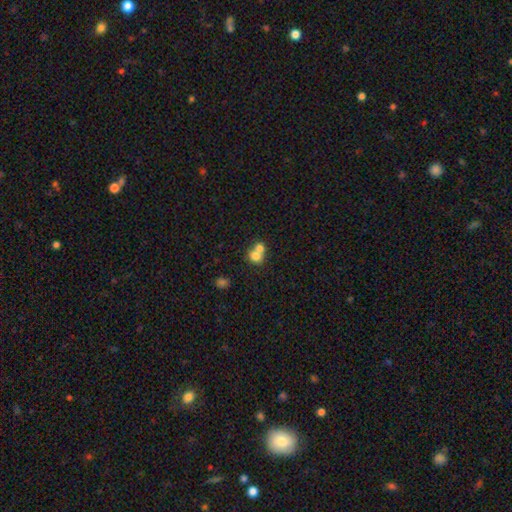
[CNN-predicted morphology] The model was most divided on "merging": merger: 65%, none: 28%, minor disturbance: 5%, major disturbance: 2%. More confident: smooth or featured — smooth (73%); how rounded — round (73%).